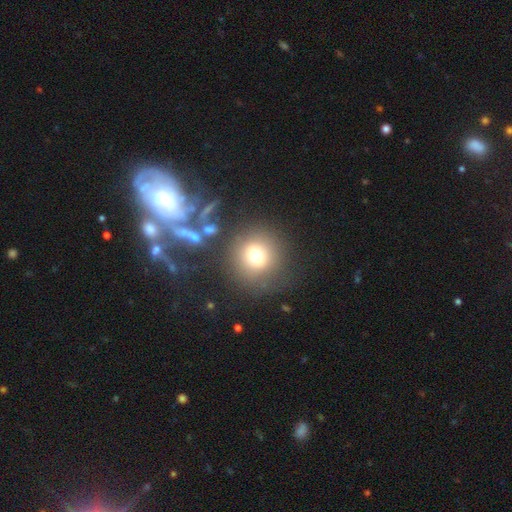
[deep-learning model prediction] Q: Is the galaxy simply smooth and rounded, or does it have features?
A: smooth — 73%.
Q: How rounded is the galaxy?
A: round — 89%.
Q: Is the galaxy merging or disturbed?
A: none — 76%.